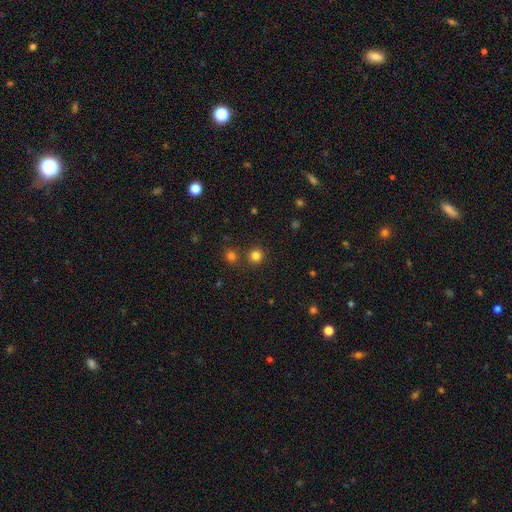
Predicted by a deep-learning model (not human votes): Smooth or featured: smooth — 80% (star or artifact — 16%)
How rounded: round — 94% (in between — 5%)
Merging: none — 82% (merger — 10%)